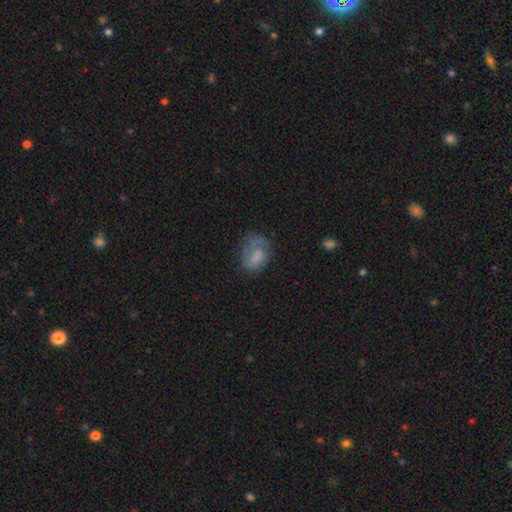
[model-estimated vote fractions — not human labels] smooth 58%, featured or disk 33%, star or artifact 10%. Down the decision tree: how rounded — in between (77%); merging — none (40%).